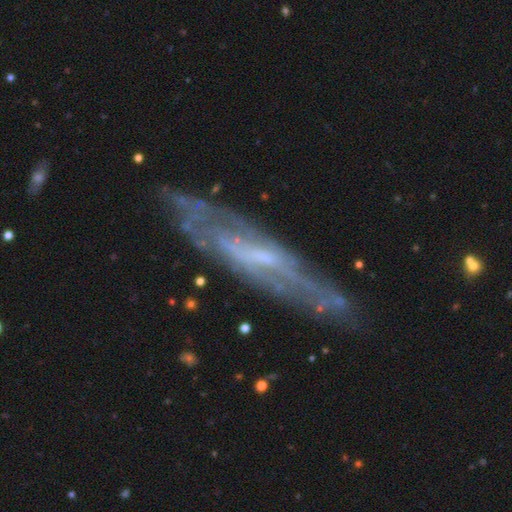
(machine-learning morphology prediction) A featured or disk galaxy (77%). Merging: none (73%).